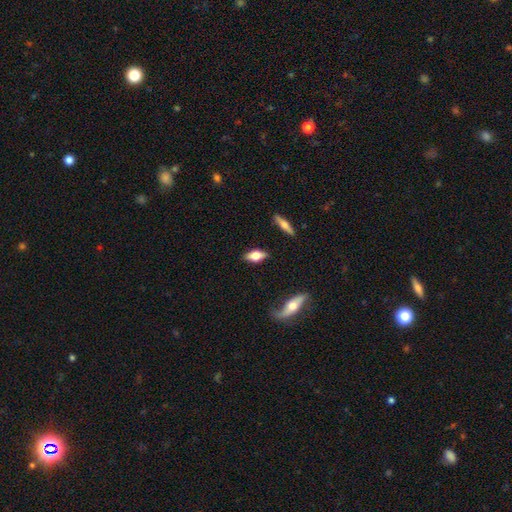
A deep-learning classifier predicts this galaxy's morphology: A smooth galaxy with no disk features (58%) that is in between round and cigar-shaped (77%). Merging: none (83%).